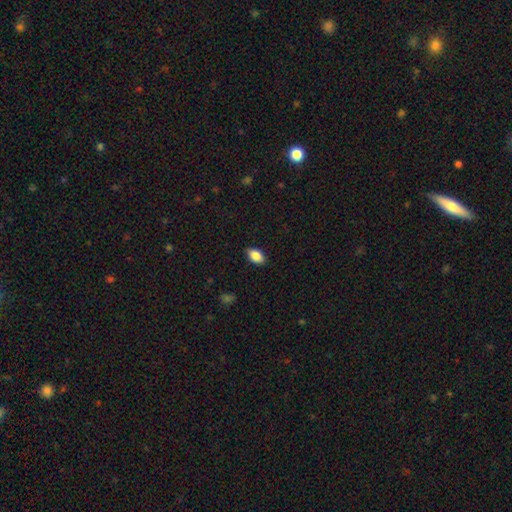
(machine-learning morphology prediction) Overall: smooth (86%). How rounded: in between (91%). Merging: none (86%).